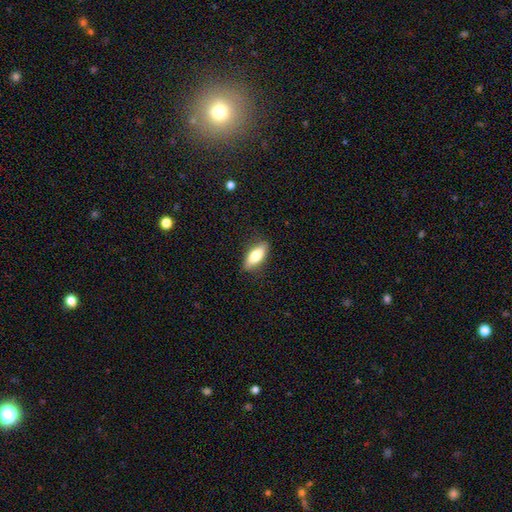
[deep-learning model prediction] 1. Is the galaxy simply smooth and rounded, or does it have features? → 73% smooth, 20% featured or disk, 6% star or artifact.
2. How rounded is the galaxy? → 74% in between, 24% cigar-shaped, 3% round.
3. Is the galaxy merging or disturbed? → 85% none, 11% minor disturbance, 3% major disturbance, 1% merger.